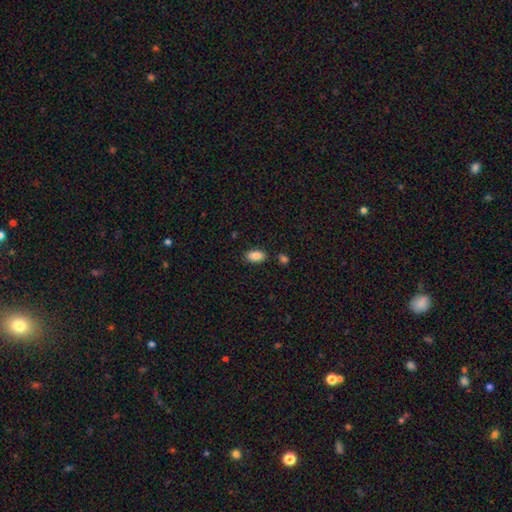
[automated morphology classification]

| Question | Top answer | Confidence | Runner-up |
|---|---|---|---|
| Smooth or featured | smooth | 87% | star or artifact (8%) |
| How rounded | in between | 93% | round (4%) |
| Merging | none | 84% | minor disturbance (10%) |